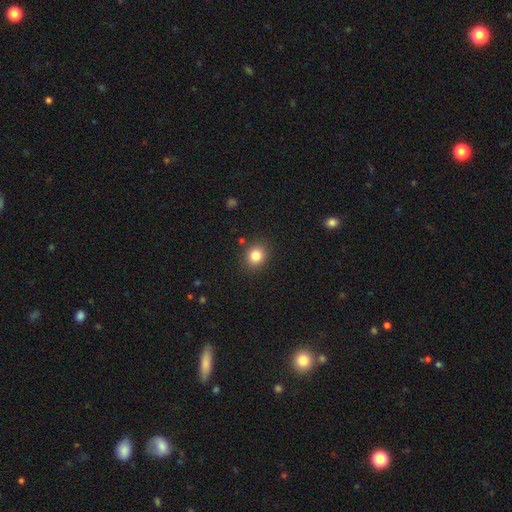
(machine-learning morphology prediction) A smooth galaxy with no disk features (83%) that is round (68%). Merging: none (86%).